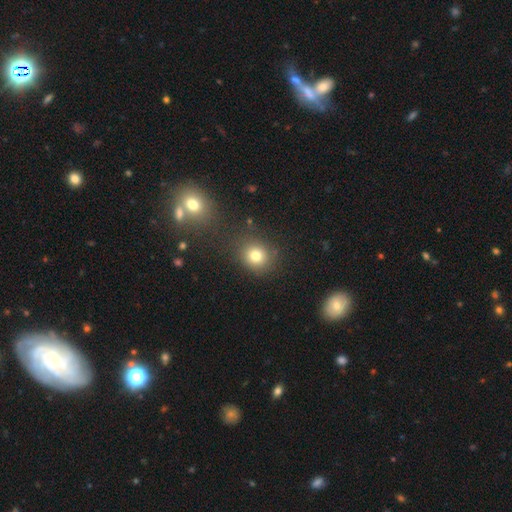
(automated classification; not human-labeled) This is likely a smooth galaxy (77%). How rounded: clearly round (80%). Merging: likely none (80%).